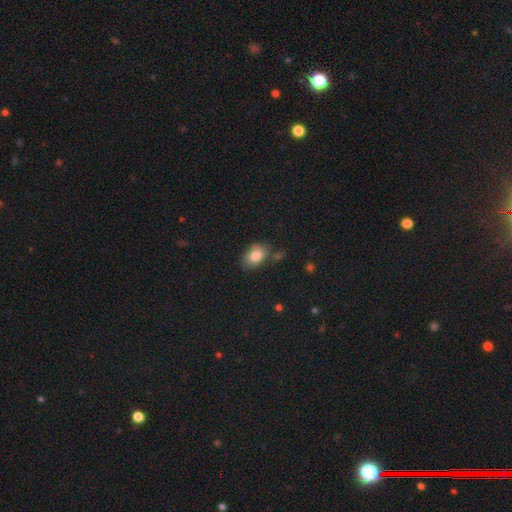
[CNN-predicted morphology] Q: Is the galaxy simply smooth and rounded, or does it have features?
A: smooth — 82%.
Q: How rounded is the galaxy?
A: in between — 84%.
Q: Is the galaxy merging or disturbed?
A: none — 71%.